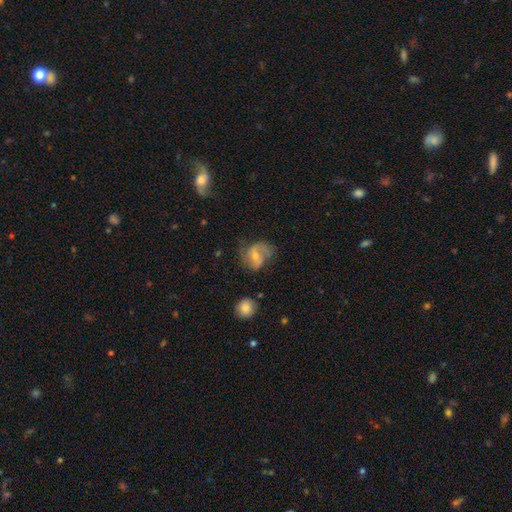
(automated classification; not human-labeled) smooth_or_featured: featured or disk (p=0.59) [alt: smooth p=0.33]
disk_edge_on: no (p=0.97) [alt: yes p=0.03]
bar: weak (p=0.46) [alt: no p=0.33]
has_spiral_arms: yes (p=0.80) [alt: no p=0.20]
bulge_size: small (p=0.52) [alt: moderate p=0.38]
merging: none (p=0.45) [alt: minor disturbance p=0.26]